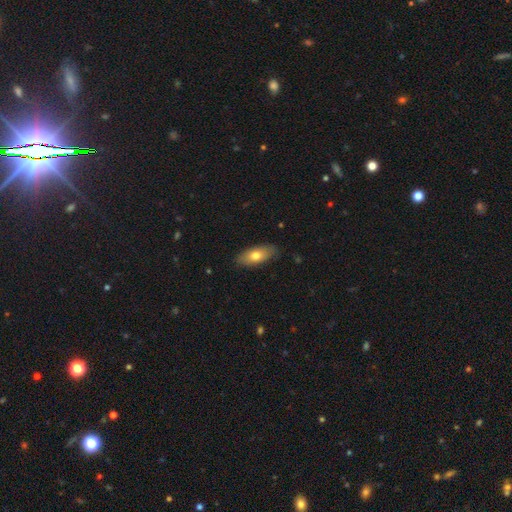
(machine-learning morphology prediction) A smooth galaxy with no disk features (71%) that is in between round and cigar-shaped (84%).

Vote fractions:
- Smooth or featured? smooth: 71% / featured or disk: 23% / star or artifact: 6%
- How rounded? in between: 84% / cigar-shaped: 13% / round: 3%
- Merging? none: 83% / minor disturbance: 13% / major disturbance: 2% / merger: 1%